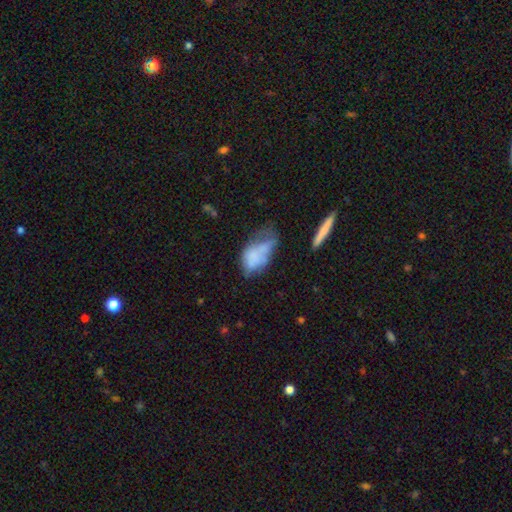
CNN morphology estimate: Smooth or featured? smooth (60%)
How rounded? in between (87%)
Merging? major disturbance (36%)